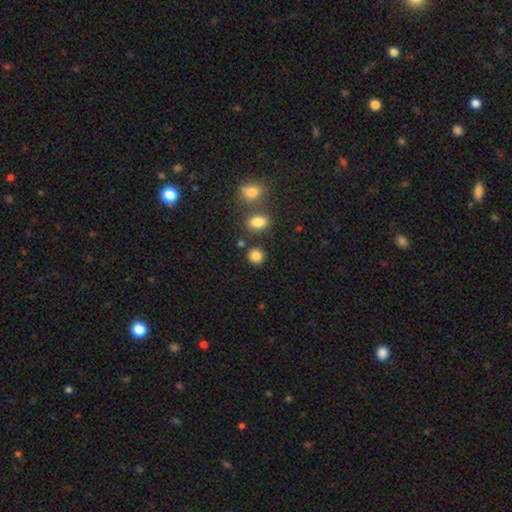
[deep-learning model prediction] Smooth or featured: smooth — 84% (star or artifact — 11%)
How rounded: round — 84% (in between — 15%)
Merging: none — 82% (minor disturbance — 8%)